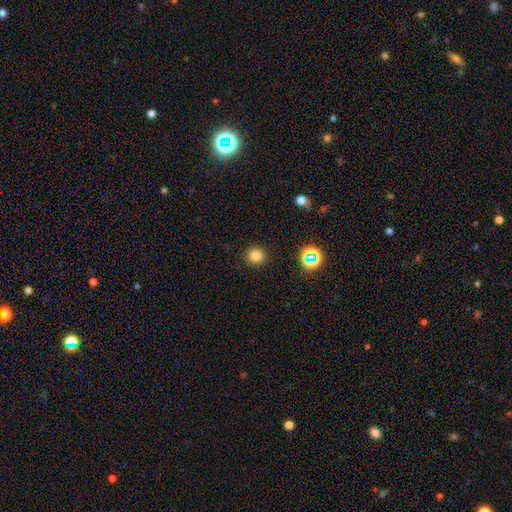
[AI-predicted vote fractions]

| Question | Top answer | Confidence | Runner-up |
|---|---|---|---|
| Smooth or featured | smooth | 79% | star or artifact (16%) |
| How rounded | round | 93% | in between (6%) |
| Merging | none | 91% | minor disturbance (6%) |